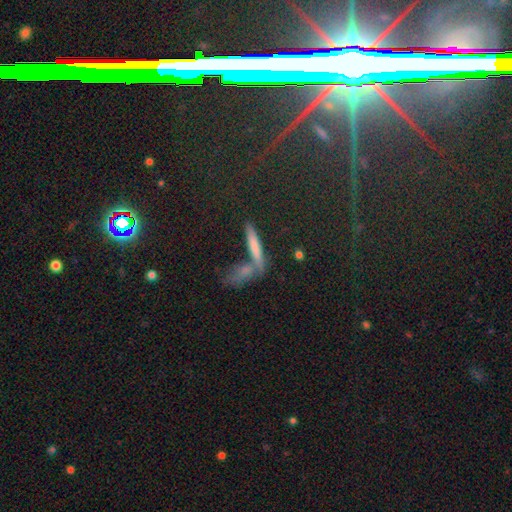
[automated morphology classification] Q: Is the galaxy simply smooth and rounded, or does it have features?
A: smooth — 42%.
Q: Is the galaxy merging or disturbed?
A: none — 52%.